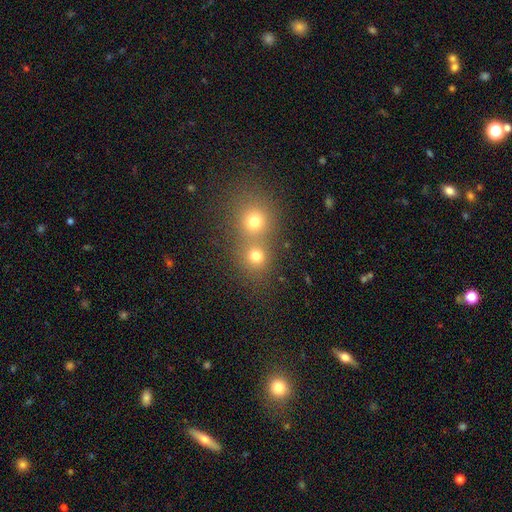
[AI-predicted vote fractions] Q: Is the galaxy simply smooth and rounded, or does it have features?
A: smooth — 73%.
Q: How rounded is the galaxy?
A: round — 83%.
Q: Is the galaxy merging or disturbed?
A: merger — 47%.